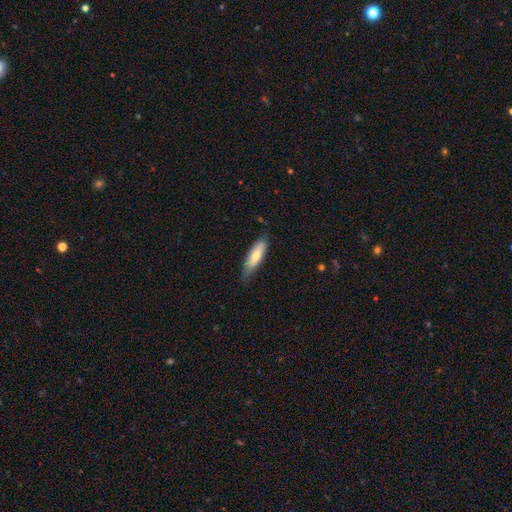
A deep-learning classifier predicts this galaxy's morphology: smooth-or-featured: smooth: 73% | featured or disk: 22% | star or artifact: 6%
  how-rounded: cigar-shaped: 58% | in between: 41% | round: 2%
  merging: none: 72% | minor disturbance: 23% | major disturbance: 4% | merger: 1%